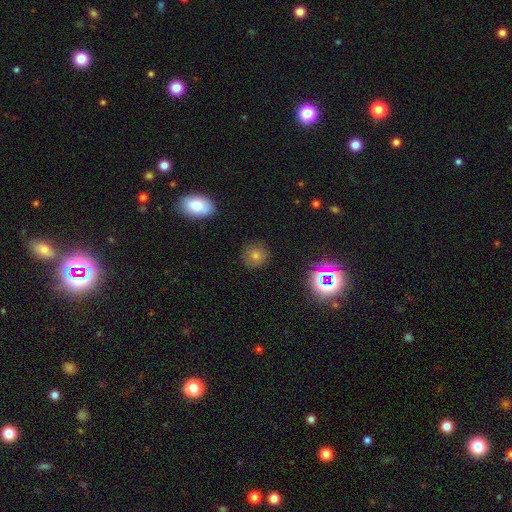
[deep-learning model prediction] Smooth or featured? smooth (68%)
How rounded? round (91%)
Merging? none (87%)